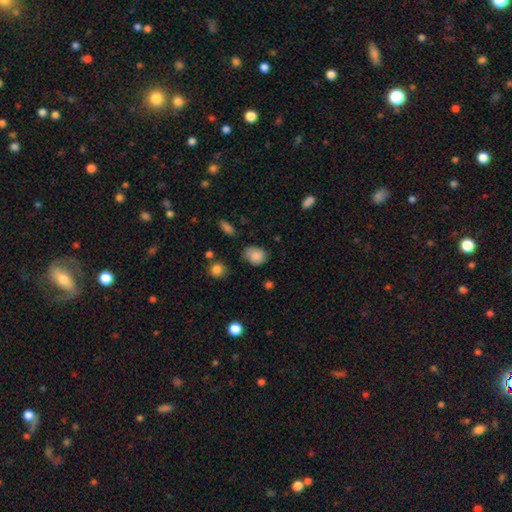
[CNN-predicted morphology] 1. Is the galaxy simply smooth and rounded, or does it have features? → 82% smooth, 9% star or artifact, 8% featured or disk.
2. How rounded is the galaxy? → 51% in between, 48% round, 1% cigar-shaped.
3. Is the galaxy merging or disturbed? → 60% none, 30% minor disturbance, 7% major disturbance, 3% merger.